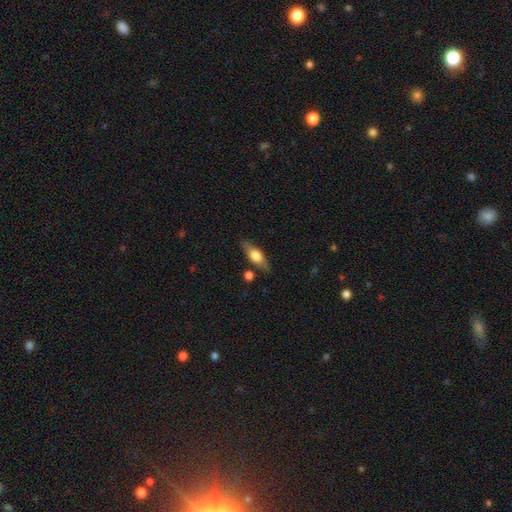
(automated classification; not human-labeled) Q: Smooth or featured?
A: smooth (52%); runner-up: featured or disk (41%)
Q: How rounded?
A: in between (59%); runner-up: cigar-shaped (36%)
Q: Merging?
A: none (78%); runner-up: minor disturbance (14%)